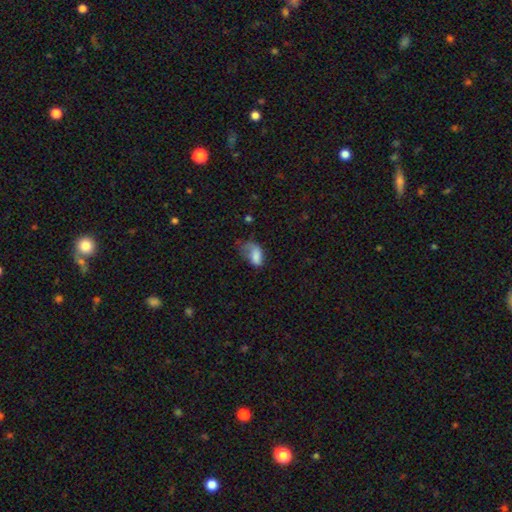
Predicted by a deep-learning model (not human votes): Q: Smooth or featured?
A: smooth (76%); runner-up: featured or disk (15%)
Q: How rounded?
A: in between (90%); runner-up: round (7%)
Q: Merging?
A: major disturbance (45%); runner-up: minor disturbance (31%)